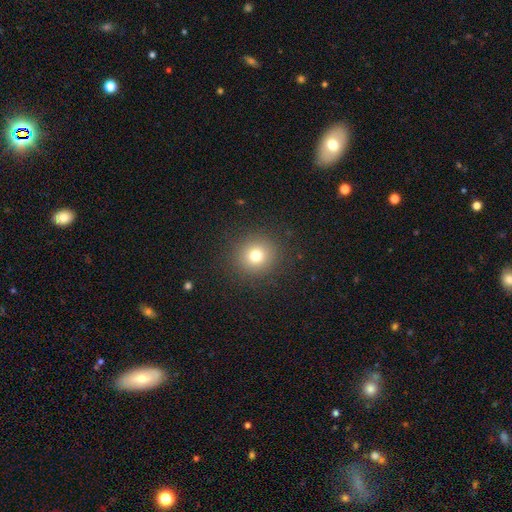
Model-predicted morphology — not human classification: A smooth galaxy with no disk features (76%) that is round (90%).

Vote fractions:
- Smooth or featured? smooth: 76% / star or artifact: 15% / featured or disk: 10%
- How rounded? round: 90% / in between: 9% / cigar-shaped: 1%
- Merging? none: 89% / minor disturbance: 6% / major disturbance: 3% / merger: 1%